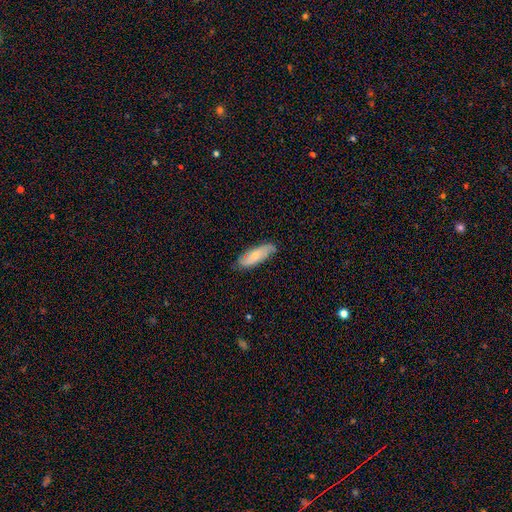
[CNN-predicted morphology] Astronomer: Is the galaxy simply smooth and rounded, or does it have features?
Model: smooth — 48% (runner-up: featured or disk, 46%).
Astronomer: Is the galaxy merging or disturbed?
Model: none — 78%.